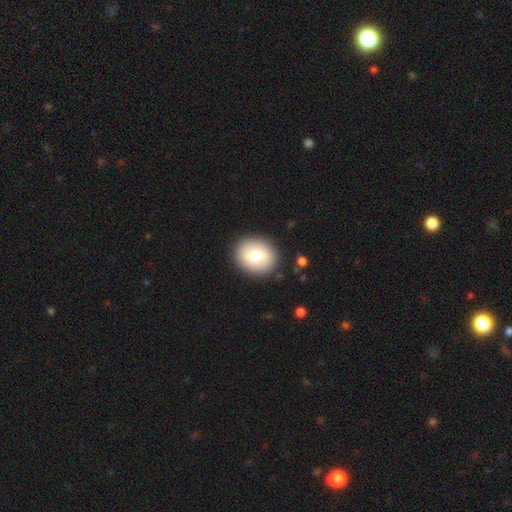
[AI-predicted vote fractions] Smooth or featured?
  - smooth: 69% *
  - featured or disk: 24%
  - star or artifact: 8%
How rounded?
  - round: 71% *
  - in between: 28%
  - cigar-shaped: 1%
Merging?
  - none: 89% *
  - minor disturbance: 7%
  - major disturbance: 3%
  - merger: 2%